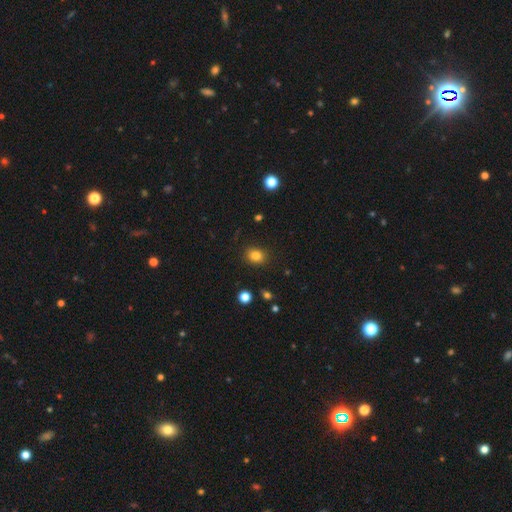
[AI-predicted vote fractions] Q: Smooth or featured?
A: smooth (83%); runner-up: star or artifact (12%)
Q: How rounded?
A: round (61%); runner-up: in between (39%)
Q: Merging?
A: none (89%); runner-up: minor disturbance (8%)